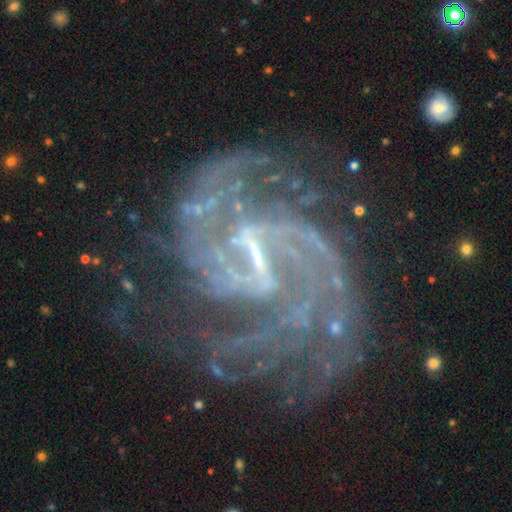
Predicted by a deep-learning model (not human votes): Overall: featured or disk (90%). Edge-on disk: no (98%). Bar: weak (51%; strong 36%). Spiral arms: yes (97%). Spiral arm count: 2 (39%; can't tell 19%). Spiral winding: medium (51%; tight 35%). Bulge size: small (51%; none 30%). Merging: none (60%).